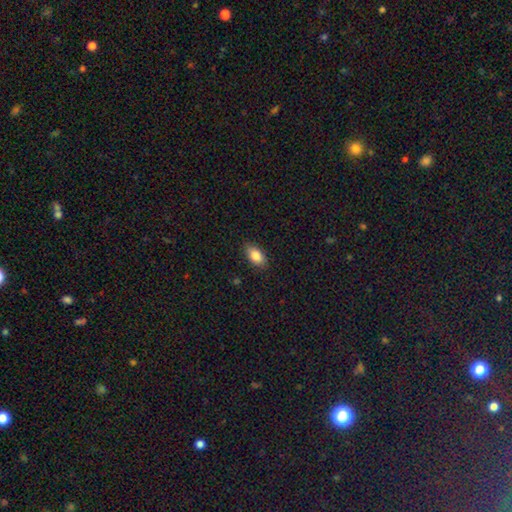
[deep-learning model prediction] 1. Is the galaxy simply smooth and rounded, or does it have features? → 85% smooth, 7% featured or disk, 7% star or artifact.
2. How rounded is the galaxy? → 91% in between, 5% round, 4% cigar-shaped.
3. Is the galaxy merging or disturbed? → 86% none, 11% minor disturbance, 2% major disturbance, 1% merger.